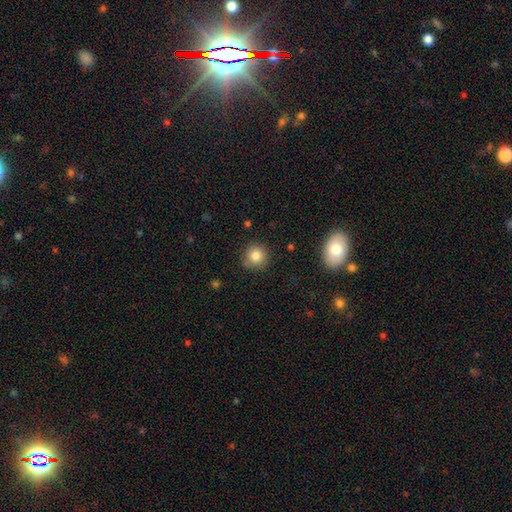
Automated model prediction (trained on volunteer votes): smooth-or-featured: smooth: 82% | star or artifact: 11% | featured or disk: 7%
  how-rounded: round: 92% | in between: 7% | cigar-shaped: 1%
  merging: none: 85% | minor disturbance: 10% | major disturbance: 3% | merger: 2%